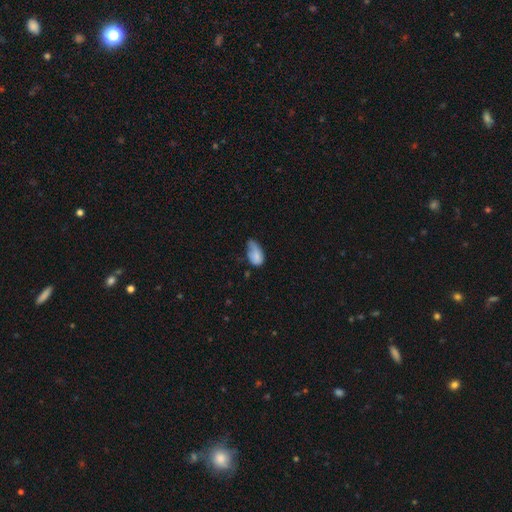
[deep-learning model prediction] smooth-or-featured: smooth: 77% | featured or disk: 16% | star or artifact: 8%
  how-rounded: in between: 91% | round: 7% | cigar-shaped: 2%
  merging: minor disturbance: 47% | none: 25% | major disturbance: 23% | merger: 4%